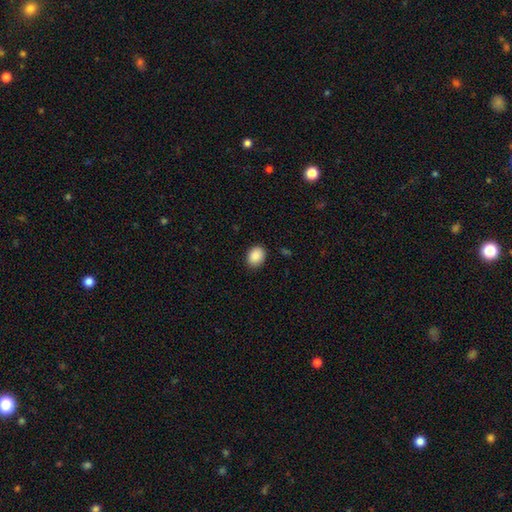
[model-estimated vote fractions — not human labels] This appears to be a smooth galaxy with no disk features (90%) that is in between round and cigar-shaped (60%). Merging: none (88%).